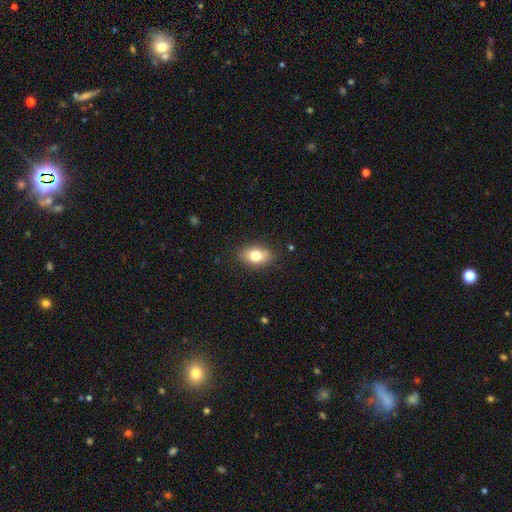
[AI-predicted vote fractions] Overall: smooth (79%). How rounded: in between (84%). Merging: none (85%).